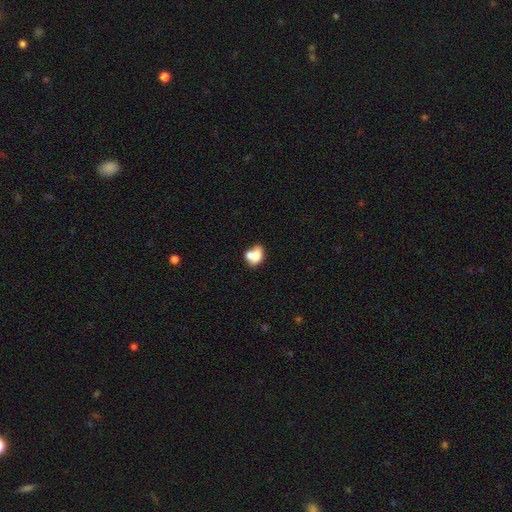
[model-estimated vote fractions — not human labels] The model was most divided on "merging": merger: 54%, none: 27%, minor disturbance: 12%, major disturbance: 7%. More confident: smooth or featured — smooth (68%); how rounded — in between (67%).